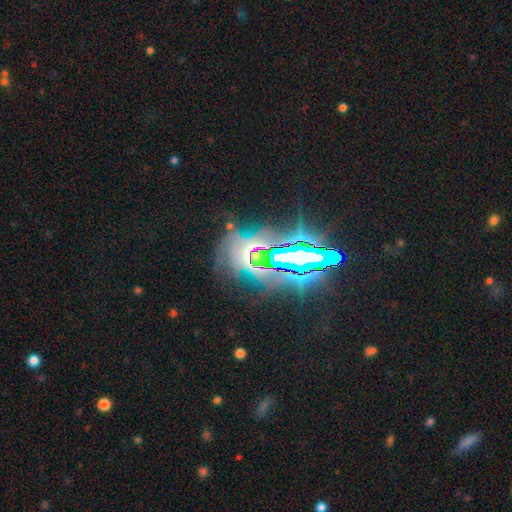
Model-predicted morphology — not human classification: smooth-or-featured: star or artifact: 57% | featured or disk: 29% | smooth: 14%